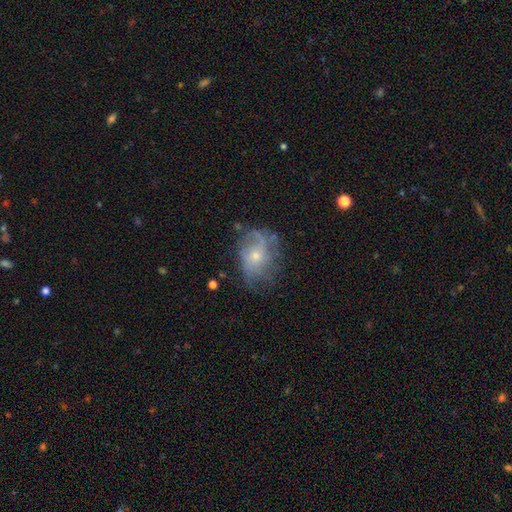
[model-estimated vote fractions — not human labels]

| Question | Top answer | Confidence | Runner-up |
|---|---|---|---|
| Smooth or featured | featured or disk | 66% | smooth (24%) |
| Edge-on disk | no | 96% | yes (4%) |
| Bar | no | 78% | weak (19%) |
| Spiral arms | yes | 77% | no (23%) |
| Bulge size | small | 62% | moderate (33%) |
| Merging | none | 55% | minor disturbance (25%) |